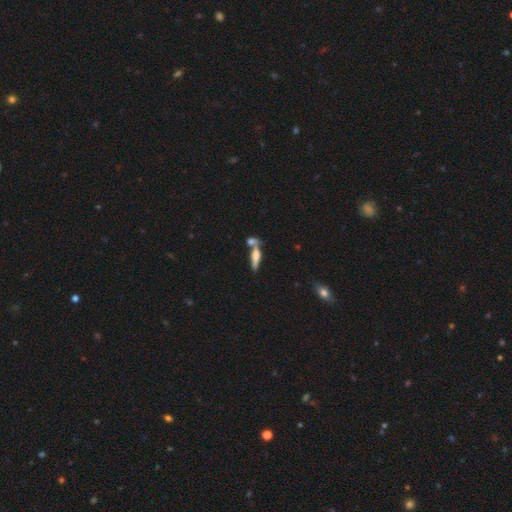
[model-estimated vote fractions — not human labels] A smooth galaxy with no disk features (58%) that is cigar-shaped (60%).

Vote fractions:
- Smooth or featured? smooth: 58% / featured or disk: 34% / star or artifact: 9%
- How rounded? cigar-shaped: 60% / in between: 37% / round: 4%
- Merging? none: 42% (tied) / merger: 42% (tied) / minor disturbance: 11% / major disturbance: 5%